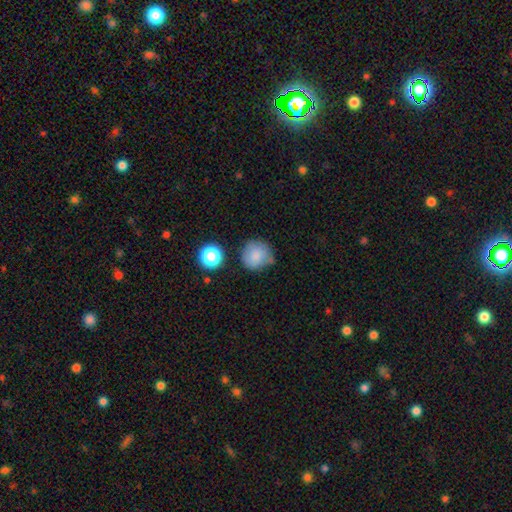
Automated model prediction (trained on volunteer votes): Smooth or featured? Predicted: smooth (p=0.82). How rounded? Predicted: round (p=0.90). Merging? Predicted: none (p=0.66).